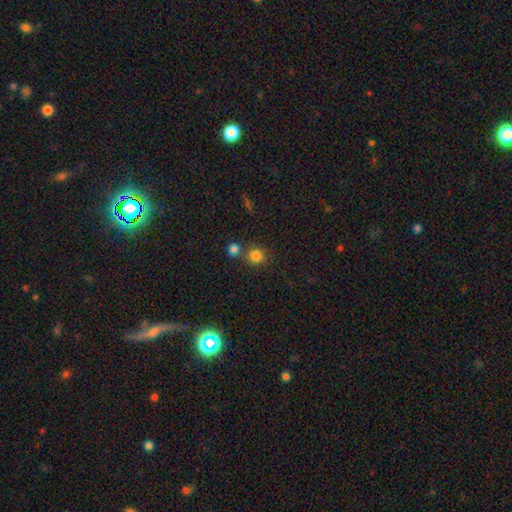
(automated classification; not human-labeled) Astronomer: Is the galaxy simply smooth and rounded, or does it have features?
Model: smooth — 81%.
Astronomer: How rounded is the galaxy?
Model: round — 89%.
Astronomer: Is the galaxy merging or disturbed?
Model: none — 68%.